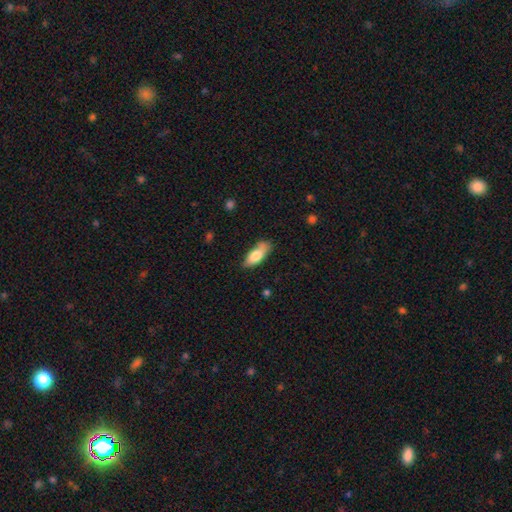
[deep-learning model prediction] smooth-or-featured: smooth: 76% | featured or disk: 18% | star or artifact: 6%
  how-rounded: in between: 73% | cigar-shaped: 25% | round: 2%
  merging: none: 64% | minor disturbance: 26% | major disturbance: 6% | merger: 4%